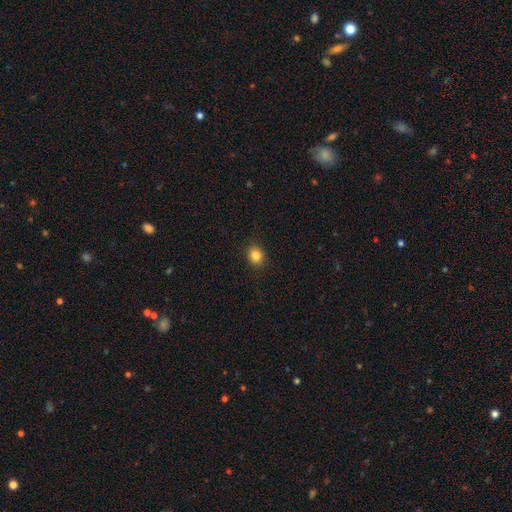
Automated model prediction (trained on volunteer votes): smooth_or_featured: smooth (p=0.83) [alt: star or artifact p=0.11]
how_rounded: round (p=0.69) [alt: in between p=0.30]
merging: none (p=0.91) [alt: minor disturbance p=0.07]